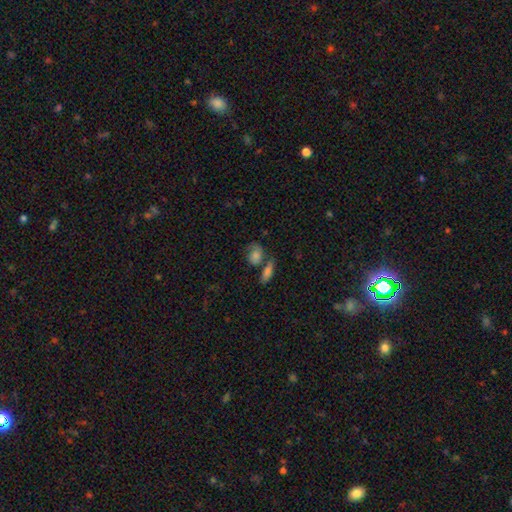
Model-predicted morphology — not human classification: The model was most divided on "merging": none: 46%, merger: 29%, minor disturbance: 17%, major disturbance: 8%. More confident: smooth or featured — smooth (66%); how rounded — in between (65%).